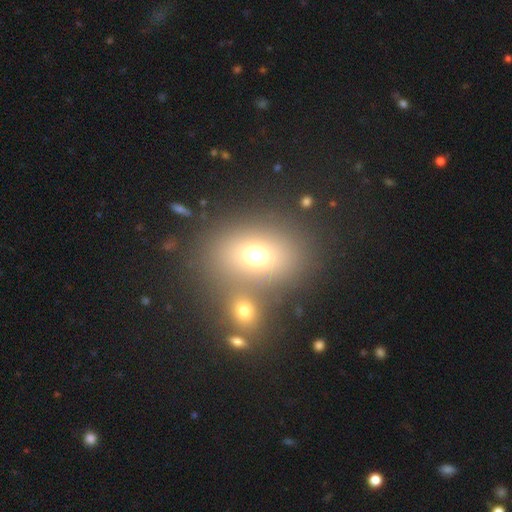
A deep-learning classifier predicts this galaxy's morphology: smooth-or-featured: smooth: 69% | star or artifact: 17% | featured or disk: 15%
  how-rounded: in between: 55% | round: 44% | cigar-shaped: 1%
  merging: none: 52% | merger: 34% | minor disturbance: 9% | major disturbance: 5%